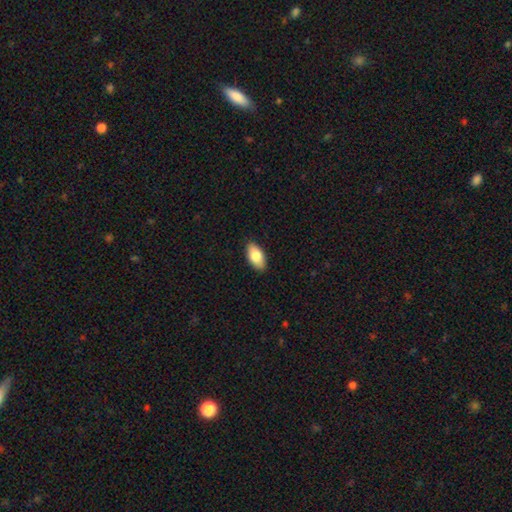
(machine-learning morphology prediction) Smooth or featured: smooth — 80% (featured or disk — 13%)
How rounded: in between — 93% (cigar-shaped — 4%)
Merging: none — 88% (minor disturbance — 9%)